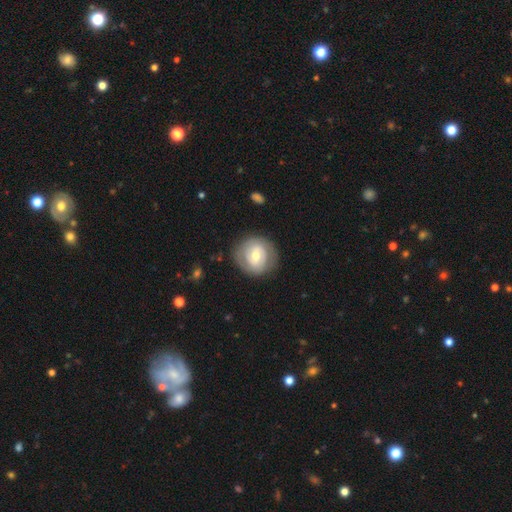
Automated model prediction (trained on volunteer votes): Smooth or featured?
  - featured or disk: 60% *
  - smooth: 34%
  - star or artifact: 6%
Edge-on disk?
  - no: 97% *
  - yes: 3%
Bar?
  - weak: 47% *
  - no: 36%
  - strong: 17%
Spiral arms?
  - yes: 69% *
  - no: 31%
Bulge size?
  - moderate: 67% *
  - small: 26%
  - large: 6%
  - none: 1%
  - dominant: 1%
Merging?
  - none: 81% *
  - minor disturbance: 12%
  - major disturbance: 5%
  - merger: 1%